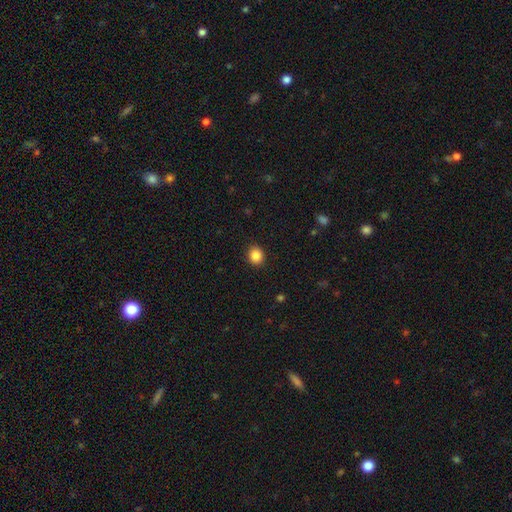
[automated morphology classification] The model was most divided on "how rounded": round: 75%, in between: 24%, cigar-shaped: 1%. More confident: merging — none (91%); smooth or featured — smooth (86%).